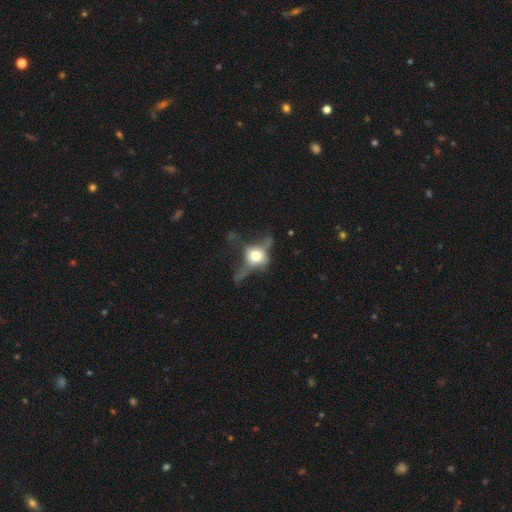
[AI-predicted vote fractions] Smooth or featured? featured or disk (44%)
Merging? major disturbance (38%)